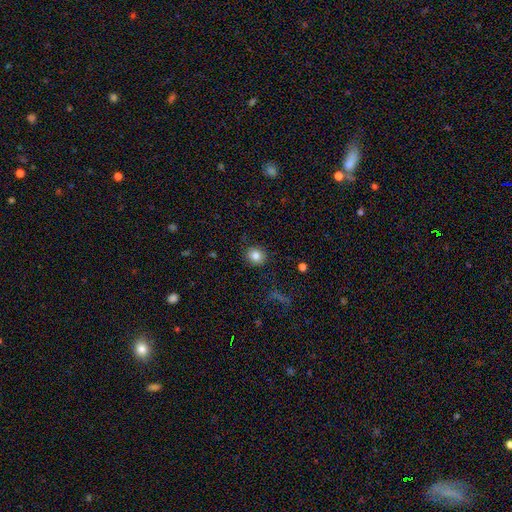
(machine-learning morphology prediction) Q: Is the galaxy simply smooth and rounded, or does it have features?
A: smooth — 83%.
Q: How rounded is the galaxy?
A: round — 83%.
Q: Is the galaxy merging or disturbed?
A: none — 90%.